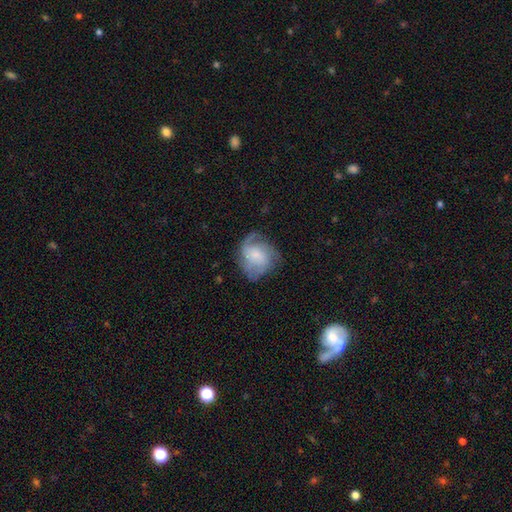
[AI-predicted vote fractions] Smooth or featured? Predicted: featured or disk (p=0.64). Edge-on disk? Predicted: no (p=0.98). Bar? Predicted: no (p=0.66). Spiral arms? Predicted: yes (p=0.89). Spiral winding? Predicted: medium (p=0.45). Spiral arm count? Predicted: 3 (p=0.28). Bulge size? Predicted: small (p=0.45). Merging? Predicted: none (p=0.57).